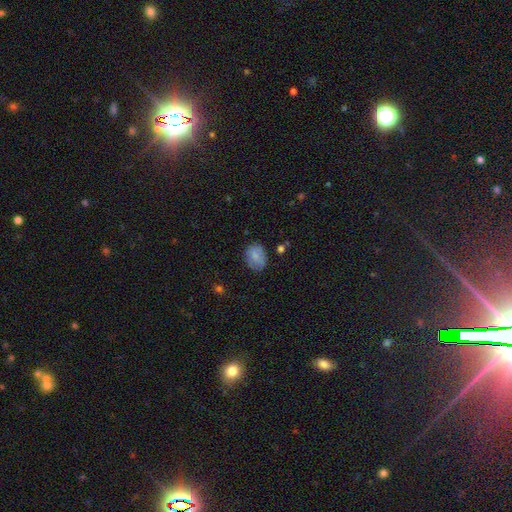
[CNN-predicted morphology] Q: Smooth or featured?
A: smooth (77%); runner-up: featured or disk (14%)
Q: How rounded?
A: in between (67%); runner-up: round (32%)
Q: Merging?
A: none (73%); runner-up: minor disturbance (20%)